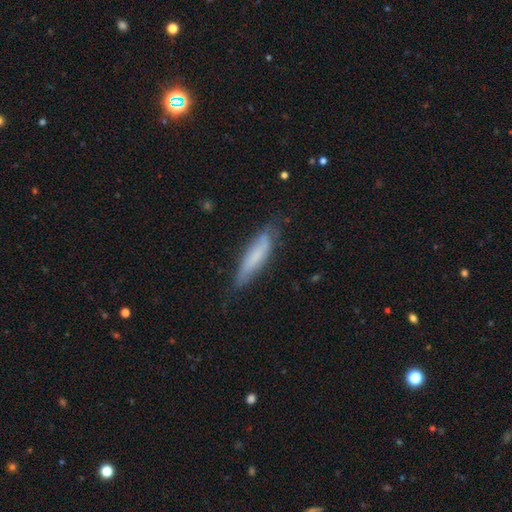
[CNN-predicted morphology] Q: Smooth or featured?
A: smooth (65%); runner-up: featured or disk (28%)
Q: How rounded?
A: cigar-shaped (75%); runner-up: in between (23%)
Q: Merging?
A: none (70%); runner-up: minor disturbance (23%)